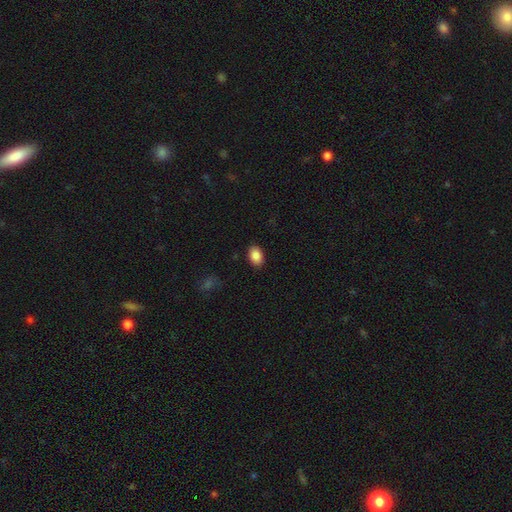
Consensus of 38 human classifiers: Volunteers were most divided on "how rounded": in between: 85%, round: 12%, cigar-shaped: 3%. More confident: merging — none (92%); smooth or featured — smooth (87%).